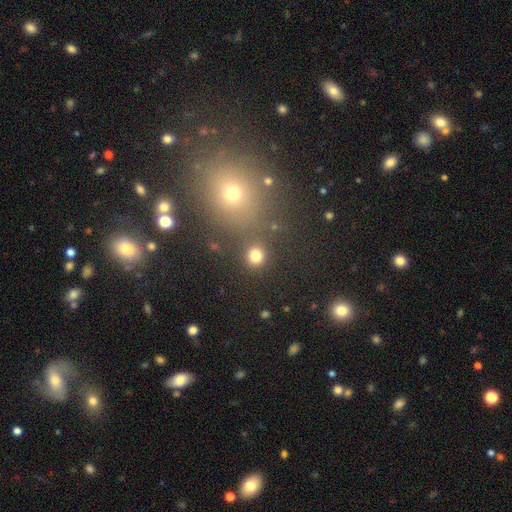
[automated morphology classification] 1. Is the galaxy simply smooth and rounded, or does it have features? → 80% smooth, 15% star or artifact, 5% featured or disk.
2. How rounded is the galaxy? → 87% round, 12% in between, 1% cigar-shaped.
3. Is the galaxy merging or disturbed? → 81% none, 8% merger, 7% minor disturbance, 4% major disturbance.